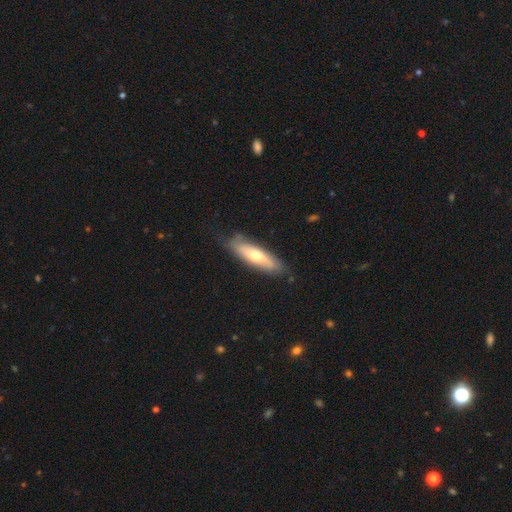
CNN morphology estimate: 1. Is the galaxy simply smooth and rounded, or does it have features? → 51% smooth, 44% featured or disk, 5% star or artifact.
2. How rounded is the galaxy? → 56% cigar-shaped, 42% in between, 2% round.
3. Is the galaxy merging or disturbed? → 76% none, 19% minor disturbance, 4% major disturbance, 2% merger.